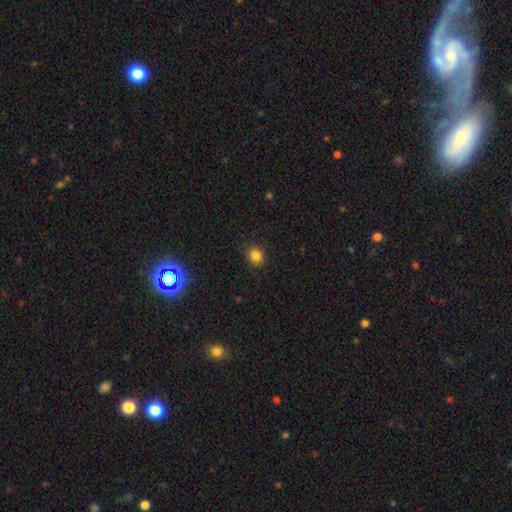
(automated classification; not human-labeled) A smooth galaxy with no disk features (83%) that is round (76%).

Vote fractions:
- Smooth or featured? smooth: 83% / star or artifact: 12% / featured or disk: 4%
- How rounded? round: 76% / in between: 23% / cigar-shaped: 1%
- Merging? none: 87% / minor disturbance: 9% / major disturbance: 2% / merger: 1%